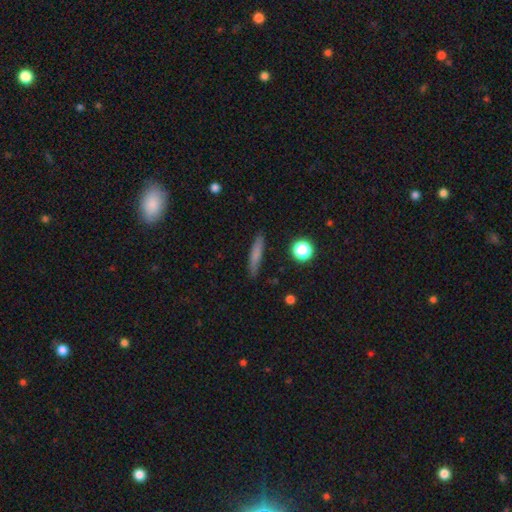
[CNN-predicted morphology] smooth 70%, featured or disk 21%, star or artifact 9%. Down the decision tree: how rounded — cigar-shaped (89%); merging — none (87%).